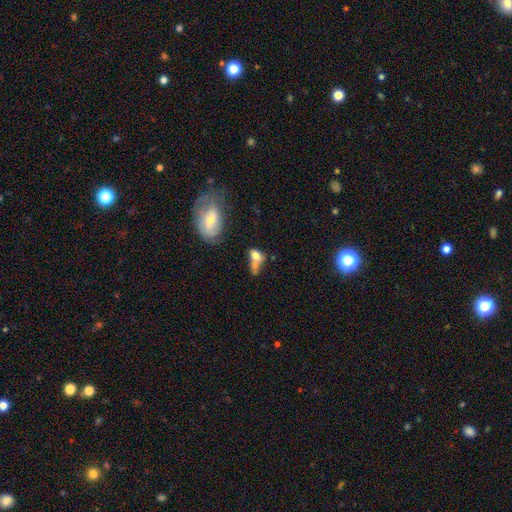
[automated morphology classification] Smooth or featured? smooth (69%)
How rounded? in between (68%)
Merging? merger (51%)